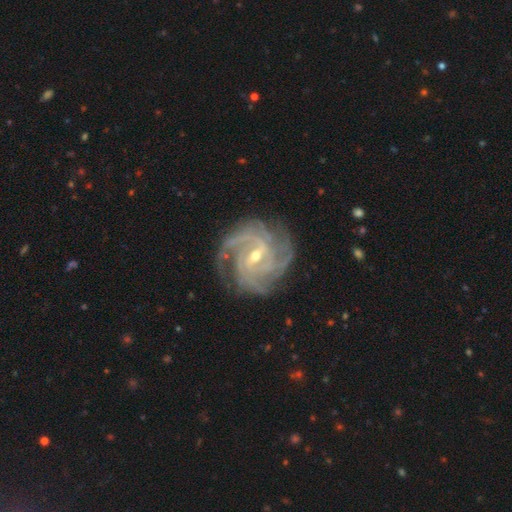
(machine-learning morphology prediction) A featured or disk galaxy (93%) with a weak bar (53%), 4 (32%) tight (64%) spiral arms (99%) and a small central bulge (56%).

Vote fractions:
- Smooth or featured? featured or disk: 93% / star or artifact: 5% / smooth: 3%
- Edge-on disk? no: 98% / yes: 2%
- Bar? weak: 53% / strong: 27% / no: 20%
- Spiral arms? yes: 99% / no: 1%
- Spiral winding? tight: 64% / medium: 31% / loose: 4%
- Spiral arm count? 4: 32% / 3: 26% / can't tell: 14% / 2: 12% / more than 4: 9% / 1: 7%
- Bulge size? small: 56% / moderate: 42% / large: 1% / none: 1% / dominant: 1%
- Merging? none: 79% / minor disturbance: 15% / major disturbance: 5% / merger: 1%